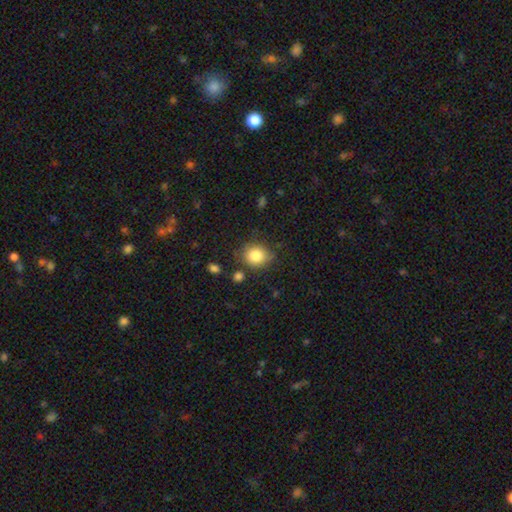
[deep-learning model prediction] Smooth or featured?
  - smooth: 84% *
  - star or artifact: 9%
  - featured or disk: 7%
How rounded?
  - round: 70% *
  - in between: 29%
  - cigar-shaped: 1%
Merging?
  - none: 75% *
  - minor disturbance: 16%
  - major disturbance: 5%
  - merger: 4%